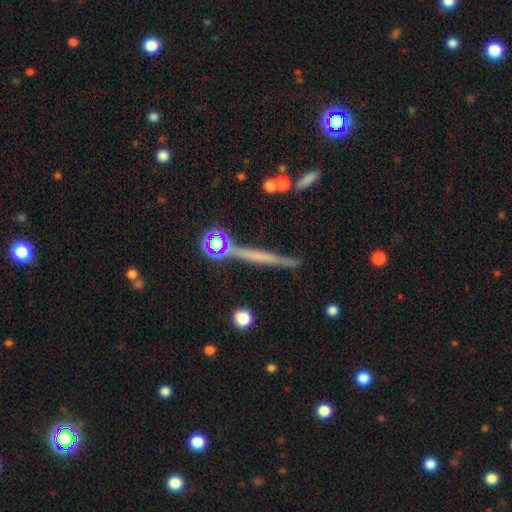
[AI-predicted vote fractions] A featured or disk galaxy (54%) viewed edge-on (96%) with no central bulge (81%).

Vote fractions:
- Smooth or featured? featured or disk: 54% / smooth: 34% / star or artifact: 12%
- Edge-on disk? yes: 96% / no: 4%
- Edge-on bulge? none: 81% / rounded: 13% / boxy: 6%
- Merging? none: 85% / minor disturbance: 9% / merger: 4% / major disturbance: 2%